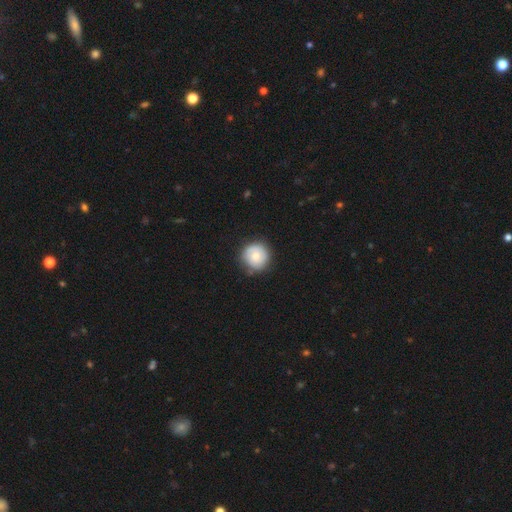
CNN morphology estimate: Smooth or featured?
  - smooth: 71% *
  - featured or disk: 22%
  - star or artifact: 7%
How rounded?
  - round: 93% *
  - in between: 6%
  - cigar-shaped: 1%
Merging?
  - none: 79% *
  - minor disturbance: 16%
  - major disturbance: 3%
  - merger: 1%